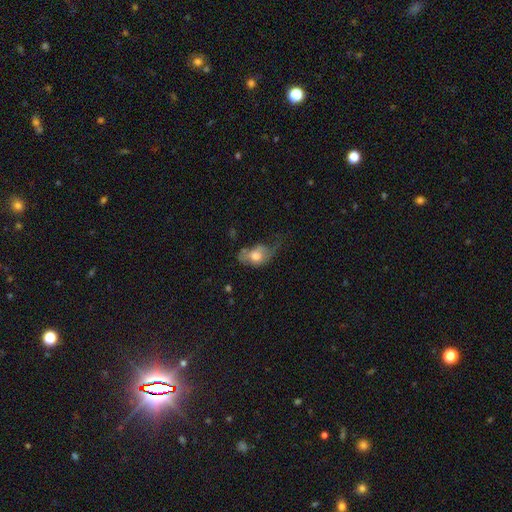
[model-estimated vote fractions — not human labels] Morphology: type=smooth (60%); roundness=in between (82%); merging=major disturbance (42%).